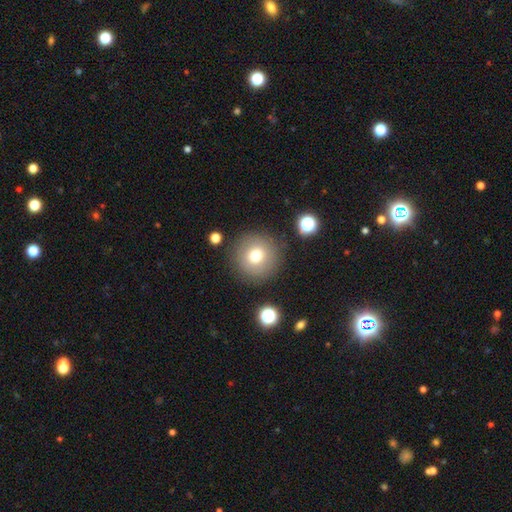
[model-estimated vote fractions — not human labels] smooth_or_featured: smooth (p=0.73) [alt: featured or disk p=0.15]
how_rounded: round (p=0.96) [alt: in between p=0.03]
merging: none (p=0.87) [alt: minor disturbance p=0.08]